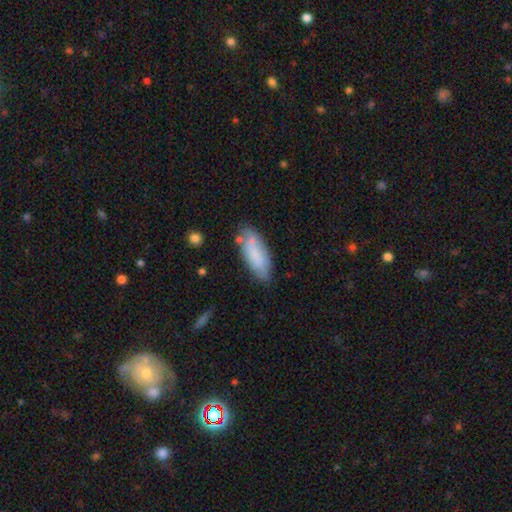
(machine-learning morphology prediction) smooth 72%, featured or disk 22%, star or artifact 7%. Down the decision tree: how rounded — in between (76%); merging — none (66%).